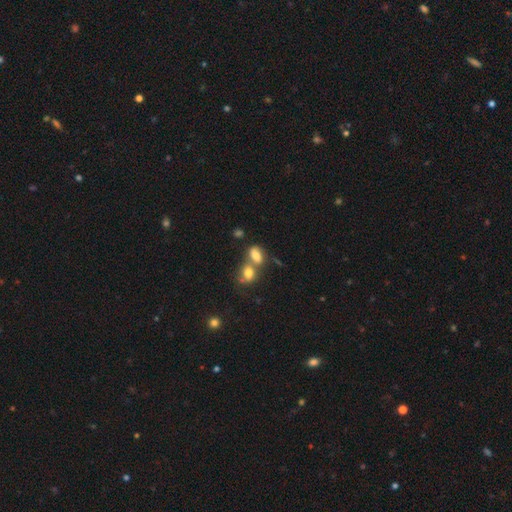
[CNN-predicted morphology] A smooth galaxy with no disk features (75%) that is in between round and cigar-shaped (81%).

Vote fractions:
- Smooth or featured? smooth: 75% / featured or disk: 13% / star or artifact: 12%
- How rounded? in between: 81% / round: 15% / cigar-shaped: 4%
- Merging? merger: 55% / none: 29% / minor disturbance: 10% / major disturbance: 6%